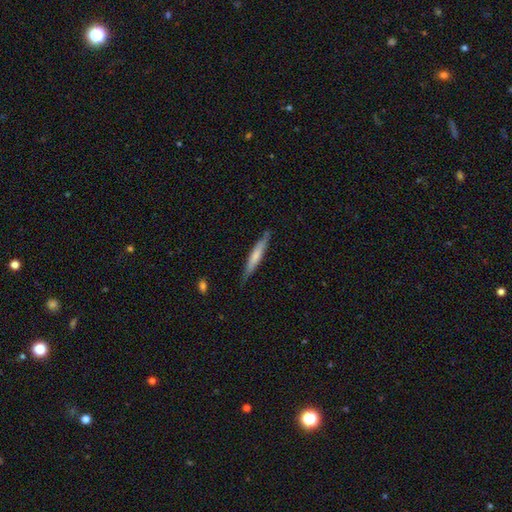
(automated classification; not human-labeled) This is possibly a smooth galaxy (60%). How rounded: clearly cigar-shaped (93%). Merging: clearly none (81%).